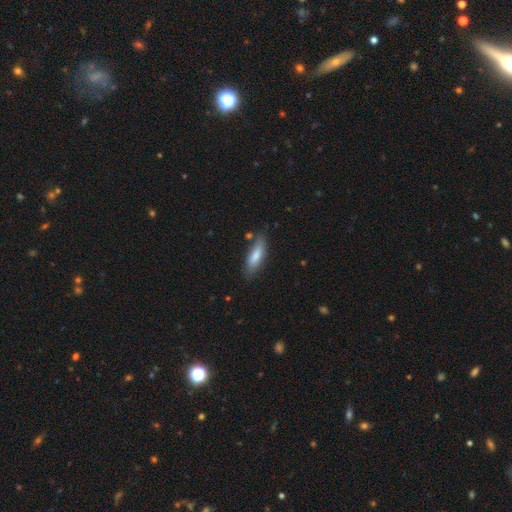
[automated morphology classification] smooth_or_featured: smooth (p=0.78) [alt: featured or disk p=0.16]
how_rounded: in between (p=0.50) [alt: cigar-shaped p=0.49]
merging: none (p=0.75) [alt: minor disturbance p=0.18]